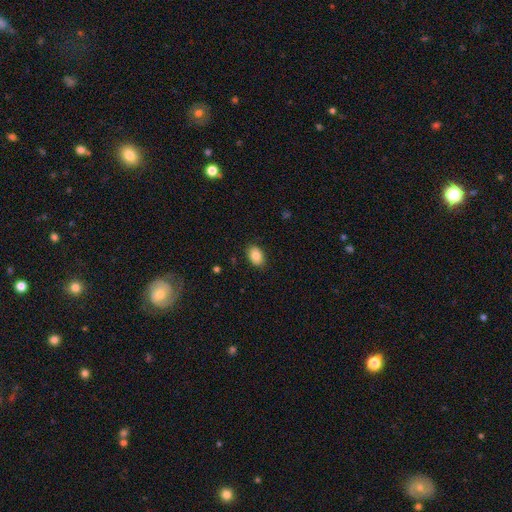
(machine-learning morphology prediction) This is clearly a smooth galaxy (85%). How rounded: clearly in between (81%). Merging: clearly none (88%).